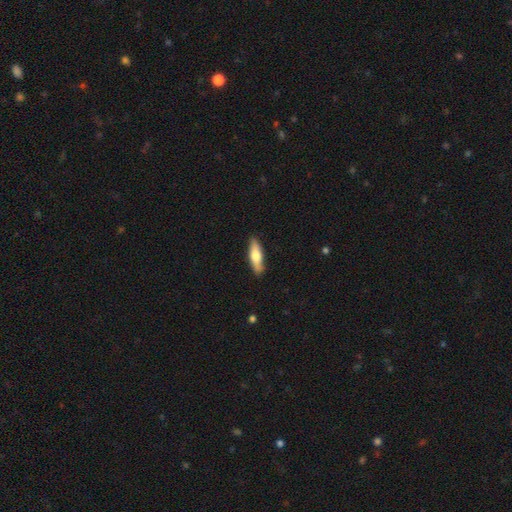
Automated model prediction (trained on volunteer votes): smooth 63%, featured or disk 32%, star or artifact 5%. Down the decision tree: how rounded — cigar-shaped (59%); merging — none (86%).